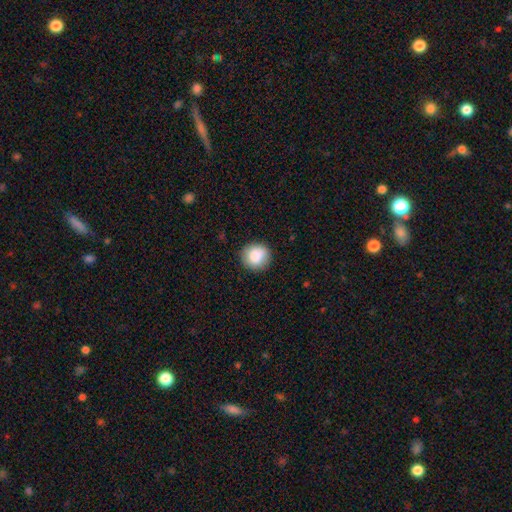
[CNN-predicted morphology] This appears to be a smooth galaxy with no disk features (86%) that is round (90%). Merging: none (85%).